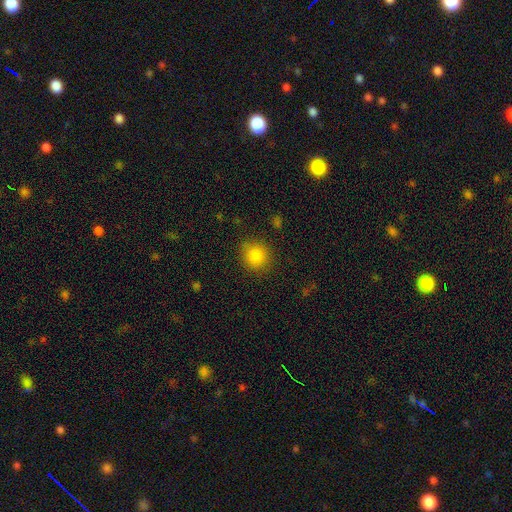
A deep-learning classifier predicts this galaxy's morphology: This is clearly a smooth galaxy (84%). How rounded: clearly round (87%). Merging: clearly none (86%).